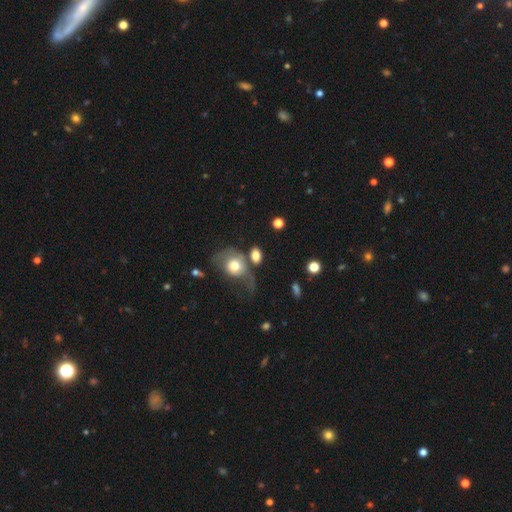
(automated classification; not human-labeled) Morphology: type=smooth (77%); roundness=in between (72%); merging=none (44%).